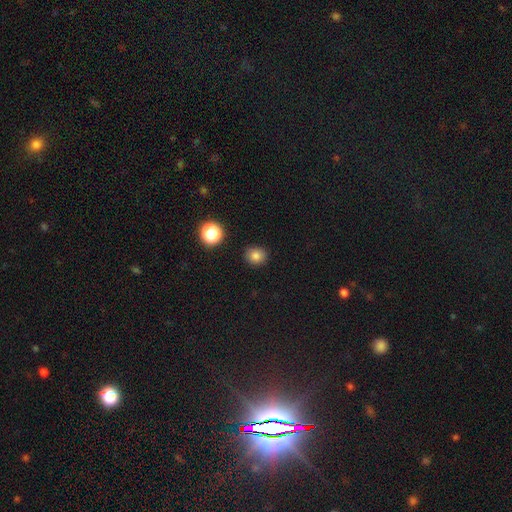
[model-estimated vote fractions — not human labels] Q: Smooth or featured?
A: smooth (81%); runner-up: star or artifact (13%)
Q: How rounded?
A: round (82%); runner-up: in between (17%)
Q: Merging?
A: none (89%); runner-up: minor disturbance (7%)